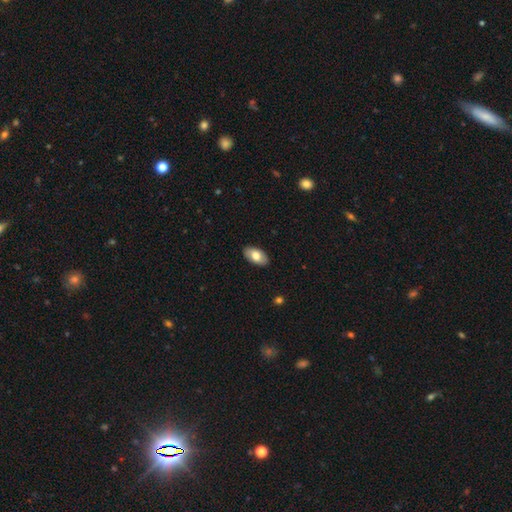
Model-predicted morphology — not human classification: A smooth galaxy with no disk features (75%) that is in between round and cigar-shaped (95%).

Vote fractions:
- Smooth or featured? smooth: 75% / featured or disk: 20% / star or artifact: 6%
- How rounded? in between: 95% / round: 3% / cigar-shaped: 2%
- Merging? none: 89% / minor disturbance: 9% / major disturbance: 2% / merger: 1%